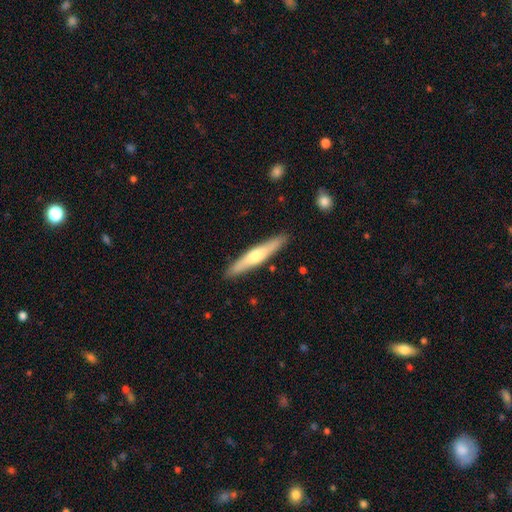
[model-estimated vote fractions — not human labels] This is possibly a featured or disk galaxy (49%). Merging: clearly none (89%).